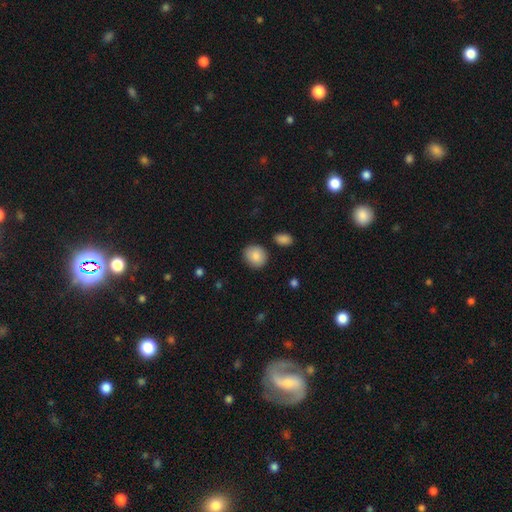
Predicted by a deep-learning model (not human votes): This appears to be a smooth galaxy with no disk features (87%) that is round (69%). Merging: none (86%).